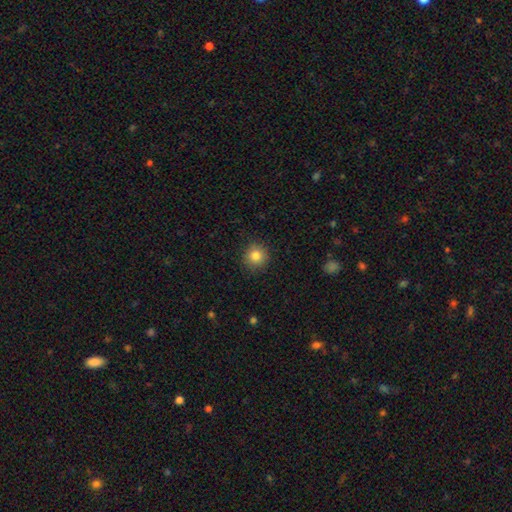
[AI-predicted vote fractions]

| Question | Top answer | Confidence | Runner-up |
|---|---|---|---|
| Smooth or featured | smooth | 83% | star or artifact (11%) |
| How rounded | round | 93% | in between (6%) |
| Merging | none | 90% | minor disturbance (7%) |